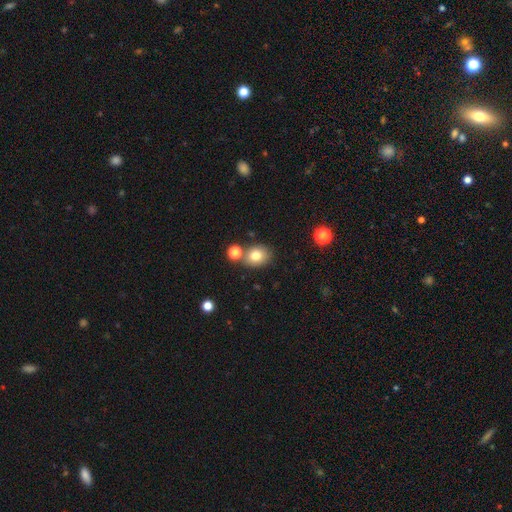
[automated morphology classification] Smooth or featured? smooth (79%)
How rounded? round (51%)
Merging? none (70%)